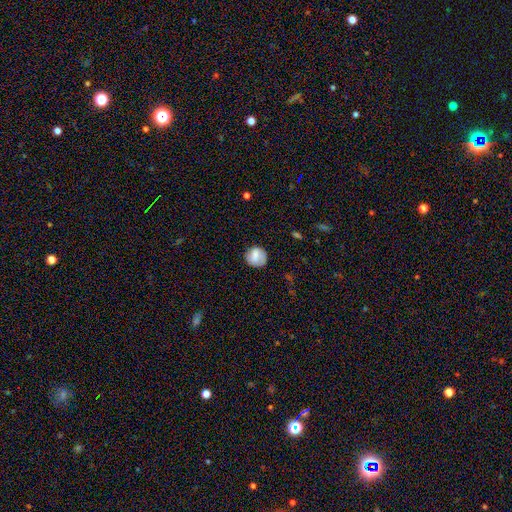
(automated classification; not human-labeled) This is likely a smooth galaxy (75%). How rounded: clearly round (87%). Merging: likely none (78%).